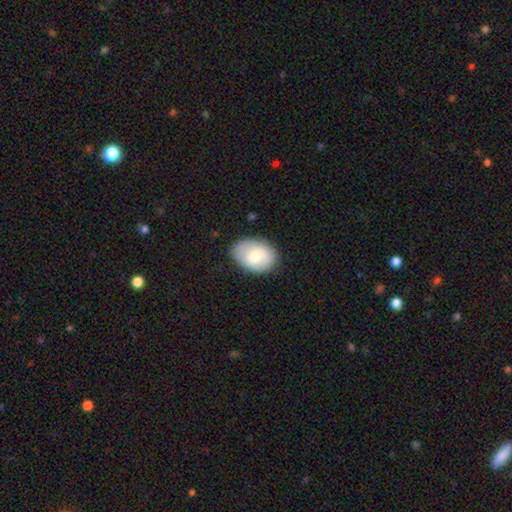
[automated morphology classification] This appears to be a smooth galaxy with no disk features (66%) that is in between round and cigar-shaped (80%). Merging: none (78%).